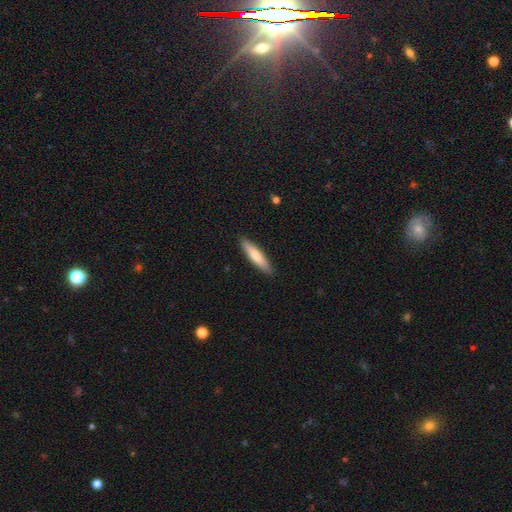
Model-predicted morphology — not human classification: Overall: smooth (70%). How rounded: cigar-shaped (84%). Merging: none (90%).